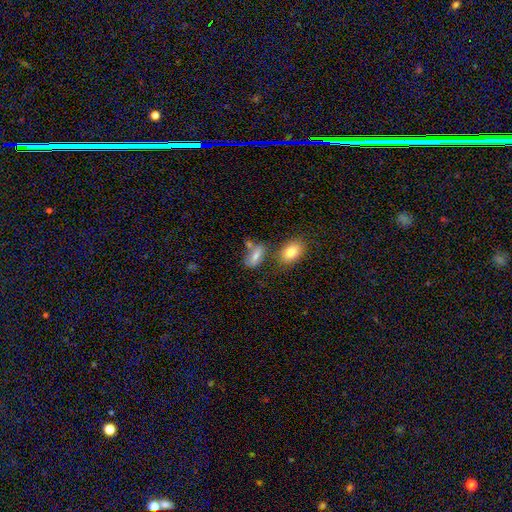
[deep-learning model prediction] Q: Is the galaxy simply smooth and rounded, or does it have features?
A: smooth — 72%.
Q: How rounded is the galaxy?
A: in between — 85%.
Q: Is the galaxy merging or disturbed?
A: none — 53%.